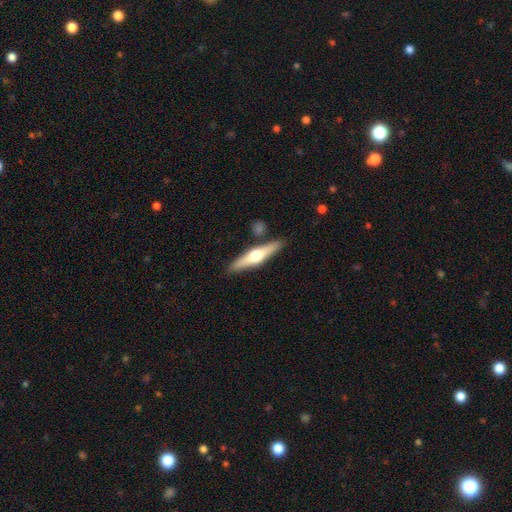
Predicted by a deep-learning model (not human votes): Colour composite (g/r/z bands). It shows a featured or disk galaxy (59%) viewed edge-on (95%) with a rounded central bulge (94%). Merging: none (84%).